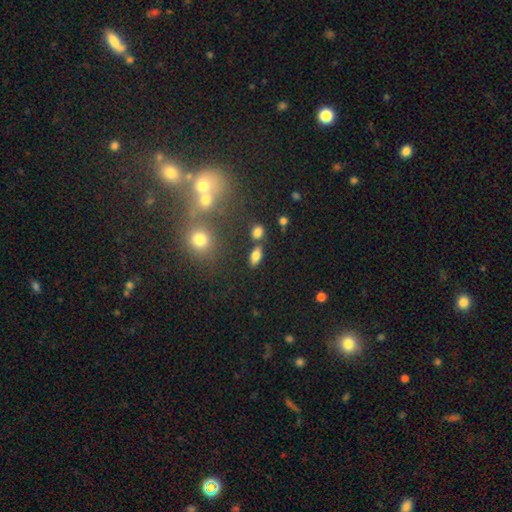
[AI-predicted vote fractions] smooth-or-featured: smooth: 76% | featured or disk: 12% | star or artifact: 12%
  how-rounded: in between: 84% | cigar-shaped: 9% | round: 8%
  merging: none: 75% | minor disturbance: 11% | merger: 10% | major disturbance: 4%